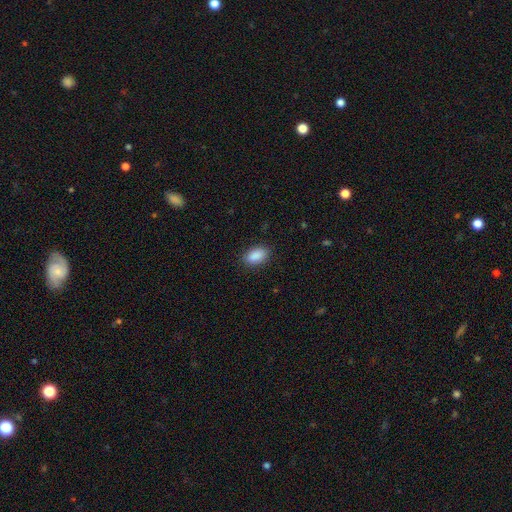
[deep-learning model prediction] Smooth or featured?
  - smooth: 90% *
  - star or artifact: 7%
  - featured or disk: 3%
How rounded?
  - in between: 92% *
  - round: 6%
  - cigar-shaped: 2%
Merging?
  - none: 87% *
  - minor disturbance: 10%
  - major disturbance: 3%
  - merger: 1%